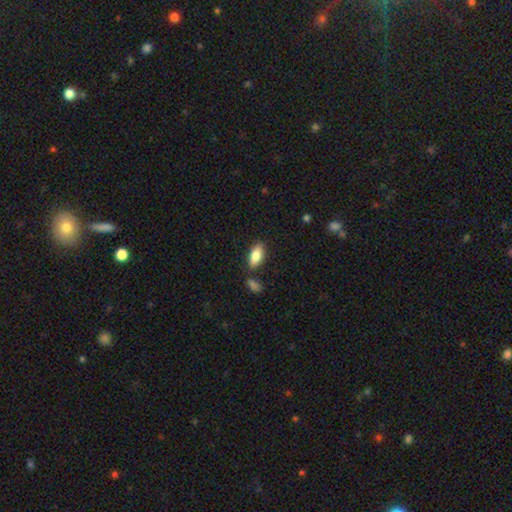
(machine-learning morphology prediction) Overall: smooth (82%). How rounded: in between (86%). Merging: none (80%).